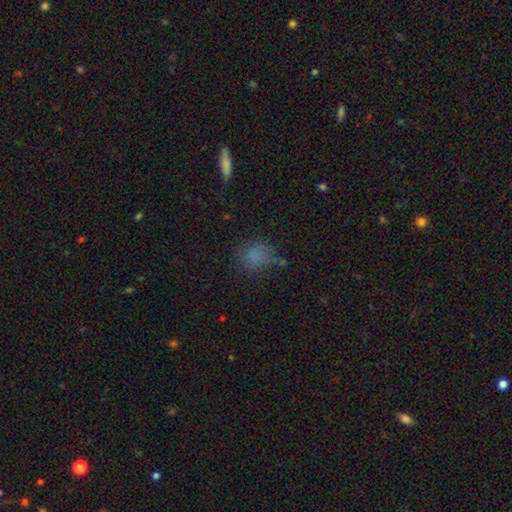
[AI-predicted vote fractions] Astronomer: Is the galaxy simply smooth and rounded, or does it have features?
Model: smooth — 75%.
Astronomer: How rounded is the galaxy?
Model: round — 58% (runner-up: in between, 40%).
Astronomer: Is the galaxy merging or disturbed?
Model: none — 60%.